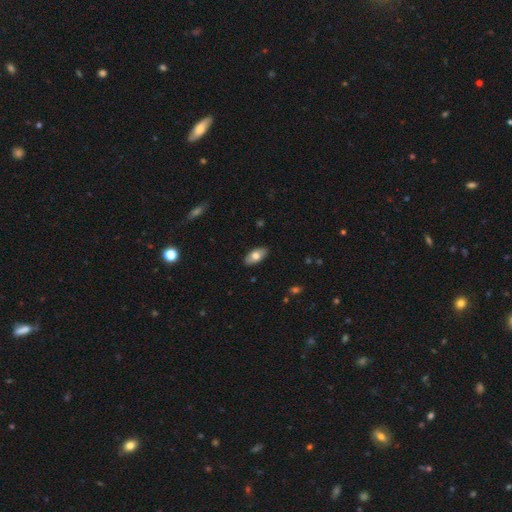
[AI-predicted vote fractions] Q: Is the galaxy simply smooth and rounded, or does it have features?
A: smooth — 72%.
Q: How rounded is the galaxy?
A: in between — 92%.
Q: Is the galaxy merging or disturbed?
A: none — 88%.